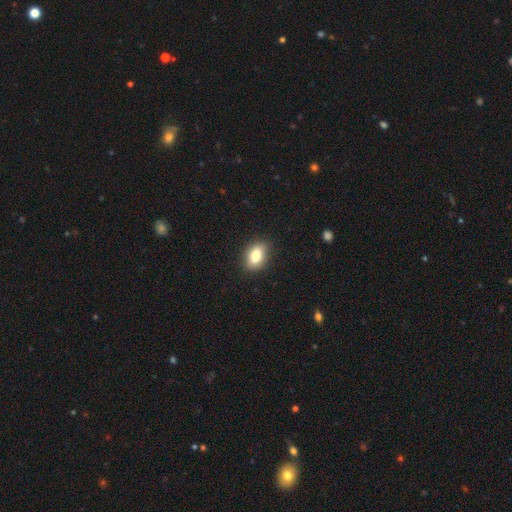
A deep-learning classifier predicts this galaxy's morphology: smooth-or-featured: smooth: 81% | featured or disk: 11% | star or artifact: 8%
  how-rounded: in between: 83% | round: 14% | cigar-shaped: 3%
  merging: none: 86% | minor disturbance: 11% | major disturbance: 2% | merger: 1%